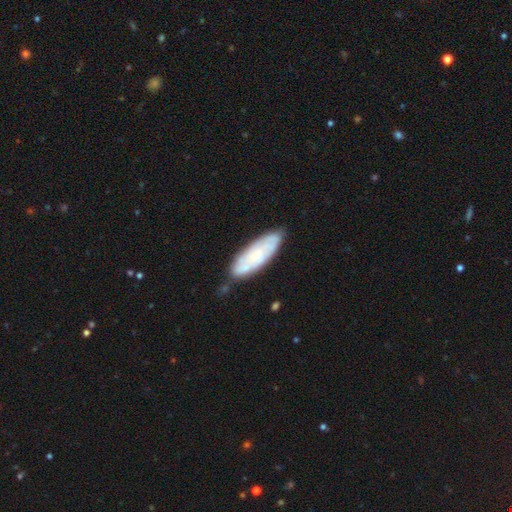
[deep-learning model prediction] smooth 49%, featured or disk 45%, star or artifact 7%. Down the decision tree: merging — none (77%).